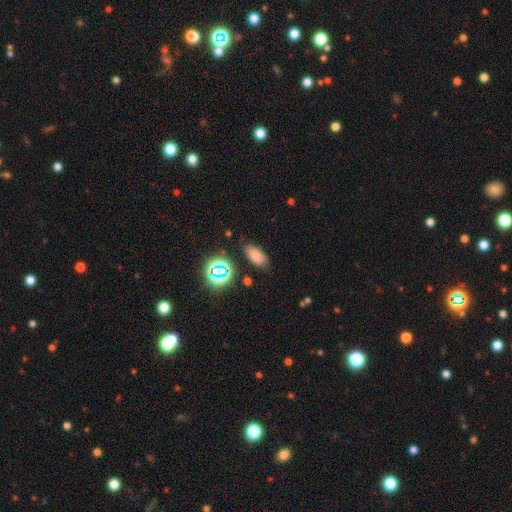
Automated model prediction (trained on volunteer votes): This is likely a smooth galaxy (72%). How rounded: clearly in between (90%). Merging: likely none (78%).